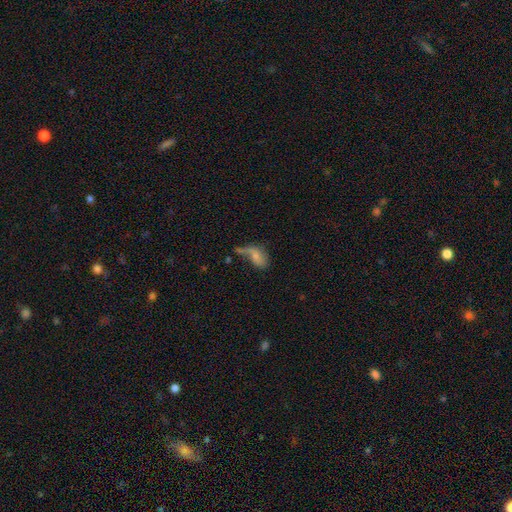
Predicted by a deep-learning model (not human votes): Smooth or featured? Predicted: smooth (p=0.49). Merging? Predicted: major disturbance (p=0.36).